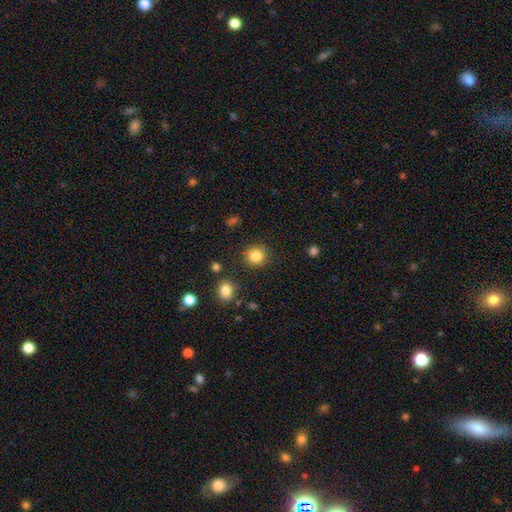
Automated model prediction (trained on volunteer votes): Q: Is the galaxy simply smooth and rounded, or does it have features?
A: smooth — 84%.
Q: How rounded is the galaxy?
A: round — 90%.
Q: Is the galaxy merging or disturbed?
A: none — 85%.